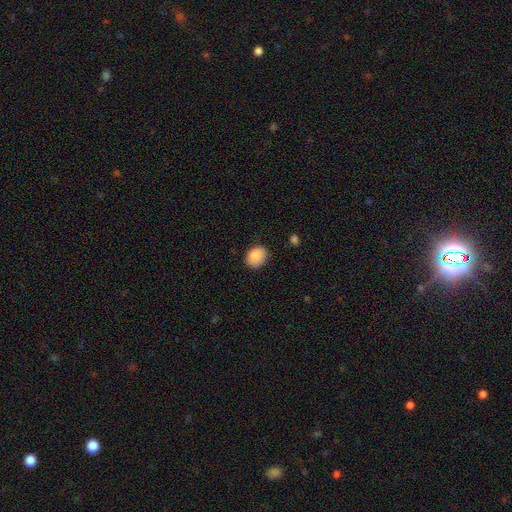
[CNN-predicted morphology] This is clearly a smooth galaxy (89%). How rounded: possibly round (53%). Merging: clearly none (82%).